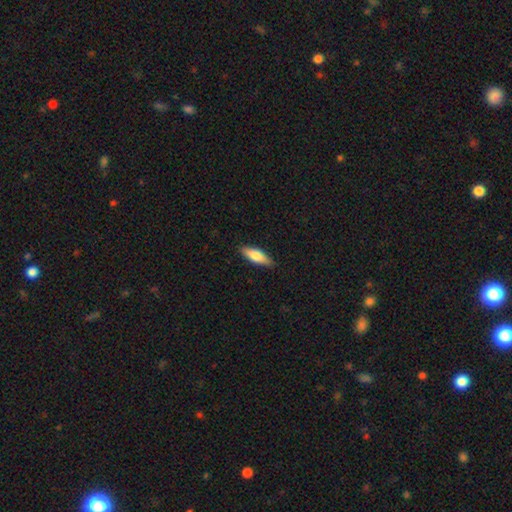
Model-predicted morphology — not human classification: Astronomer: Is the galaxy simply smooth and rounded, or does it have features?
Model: smooth — 74%.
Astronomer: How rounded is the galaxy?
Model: in between — 60% (runner-up: cigar-shaped, 38%).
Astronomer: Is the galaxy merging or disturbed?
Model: none — 87%.